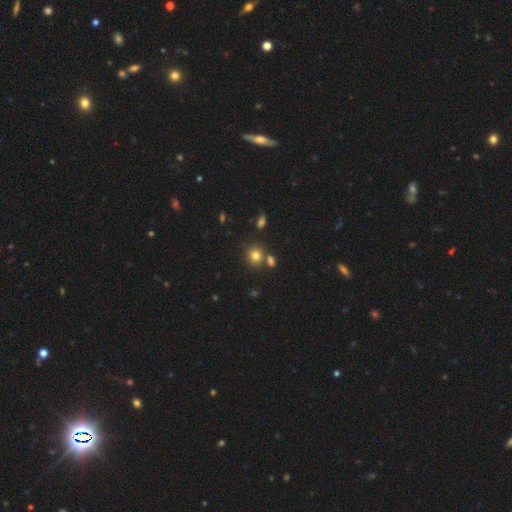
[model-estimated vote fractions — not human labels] This appears to be a smooth galaxy with no disk features (79%) that is round (83%). Merging: none (69%).